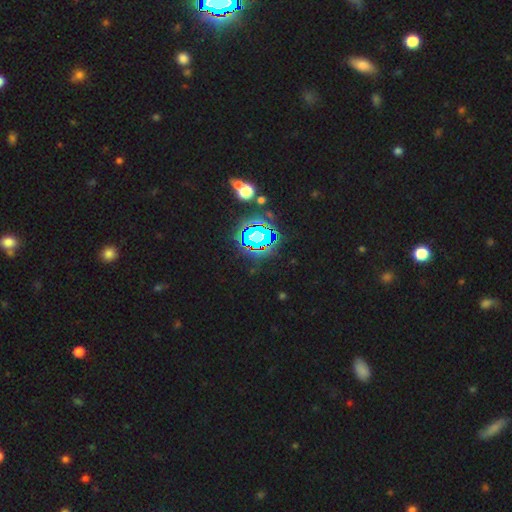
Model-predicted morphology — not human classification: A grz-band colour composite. It shows a star or artifact, not a galaxy (80%).